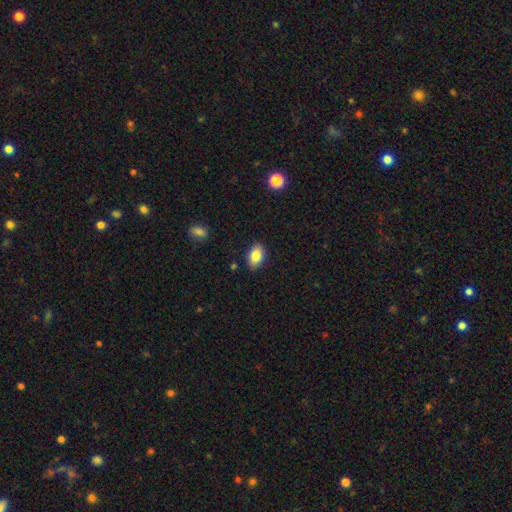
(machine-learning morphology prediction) A smooth galaxy with no disk features (83%) that is in between round and cigar-shaped (90%). Merging: none (86%).